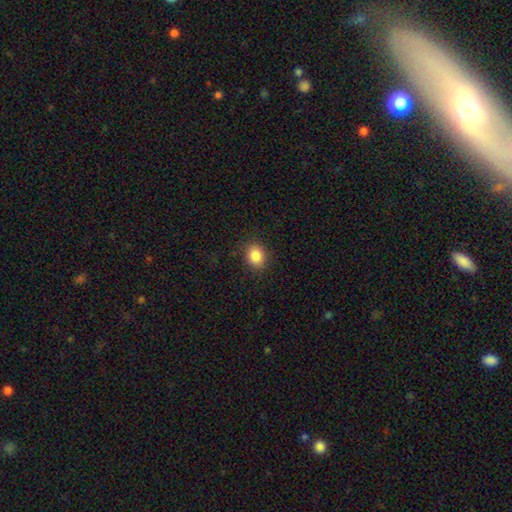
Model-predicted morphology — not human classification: Smooth or featured? smooth (86%)
How rounded? round (60%)
Merging? none (87%)